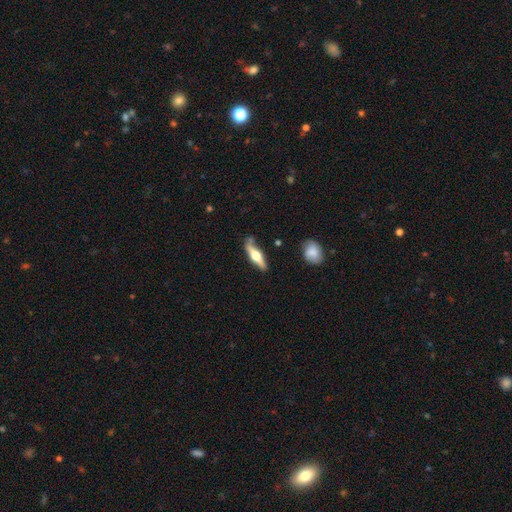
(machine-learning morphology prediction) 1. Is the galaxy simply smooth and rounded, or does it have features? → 59% featured or disk, 36% smooth, 5% star or artifact.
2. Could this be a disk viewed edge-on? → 93% yes, 7% no.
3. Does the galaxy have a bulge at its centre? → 94% rounded, 4% boxy, 2% none.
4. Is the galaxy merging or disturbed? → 77% none, 15% minor disturbance, 4% merger, 3% major disturbance.